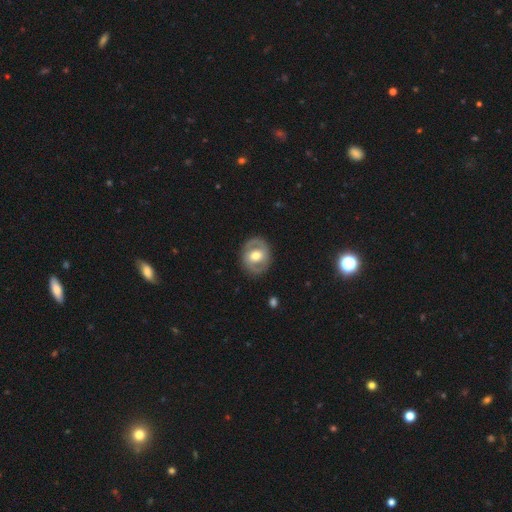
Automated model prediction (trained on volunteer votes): Overall: featured or disk (64%; smooth 30%). Edge-on disk: no (96%). Bar: no (50%; weak 35%). Spiral arms: yes (61%; no 39%). Bulge size: moderate (68%). Merging: none (83%).